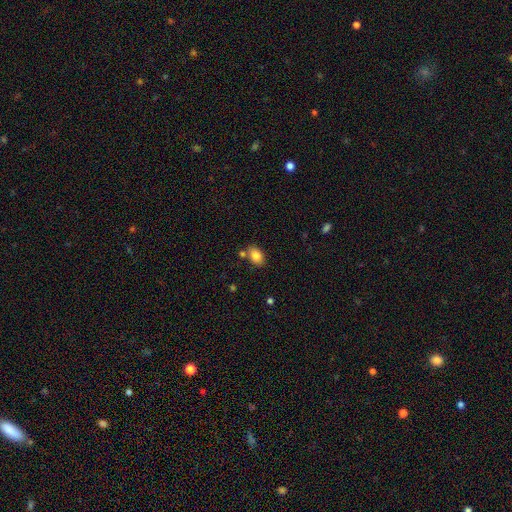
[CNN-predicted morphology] A smooth galaxy with no disk features (83%) that is in between round and cigar-shaped (84%).

Vote fractions:
- Smooth or featured? smooth: 83% / featured or disk: 9% / star or artifact: 8%
- How rounded? in between: 84% / round: 14% / cigar-shaped: 1%
- Merging? none: 72% / minor disturbance: 13% / merger: 11% / major disturbance: 3%